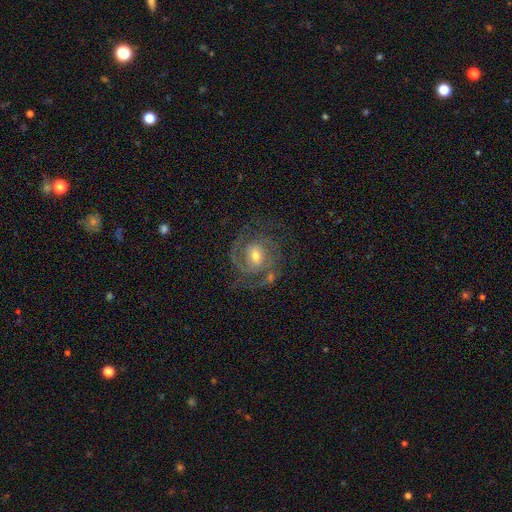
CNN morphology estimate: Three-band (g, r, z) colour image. It shows a featured or disk galaxy (87%) with a weak bar (44%), 2 (54%) tight (53%) spiral arms (96%) and a moderate central bulge (60%). Merging: none (70%).